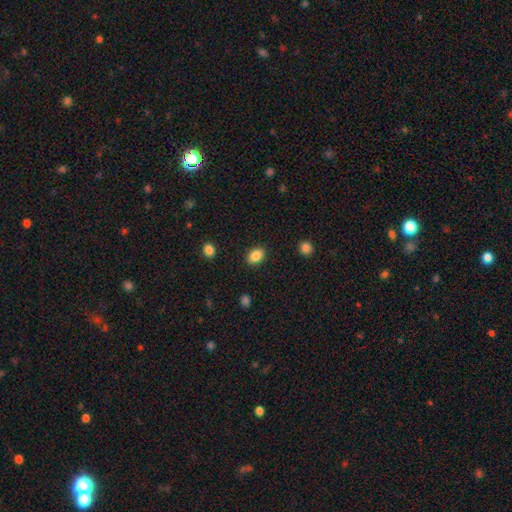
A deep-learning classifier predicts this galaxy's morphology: Smooth or featured? smooth (86%)
How rounded? in between (80%)
Merging? none (88%)